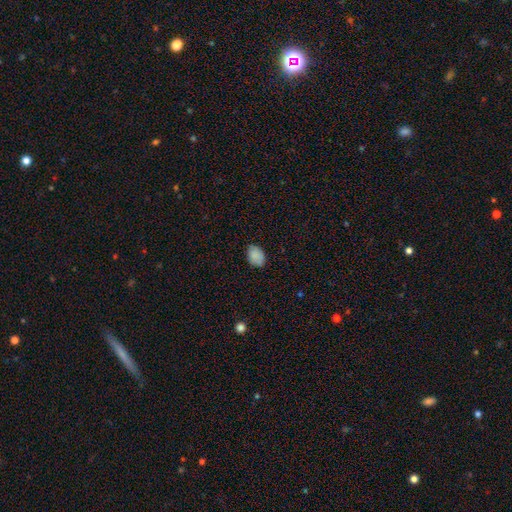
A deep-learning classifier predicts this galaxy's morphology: smooth_or_featured: smooth (p=0.88) [alt: star or artifact p=0.08]
how_rounded: in between (p=0.78) [alt: round p=0.21]
merging: none (p=0.80) [alt: minor disturbance p=0.16]